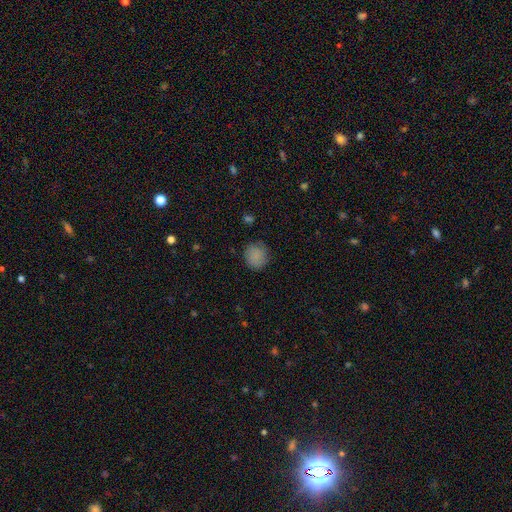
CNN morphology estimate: smooth_or_featured: smooth (p=0.84) [alt: star or artifact p=0.10]
how_rounded: round (p=0.82) [alt: in between p=0.17]
merging: none (p=0.78) [alt: minor disturbance p=0.17]